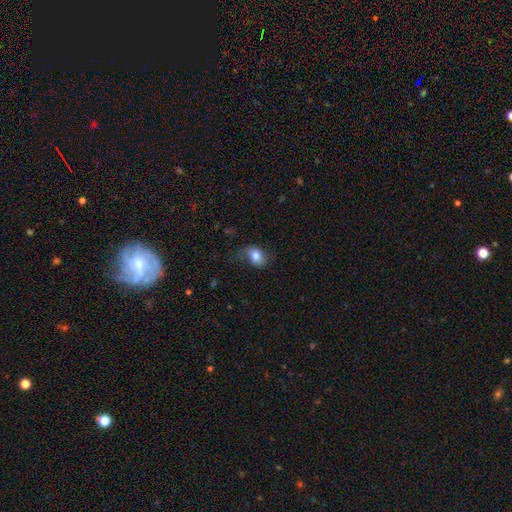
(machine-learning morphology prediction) smooth_or_featured: smooth (p=0.74) [alt: featured or disk p=0.18]
how_rounded: in between (p=0.76) [alt: round p=0.23]
merging: none (p=0.51) [alt: minor disturbance p=0.29]